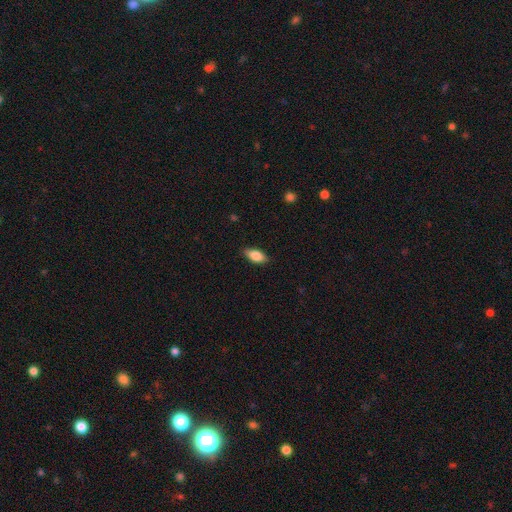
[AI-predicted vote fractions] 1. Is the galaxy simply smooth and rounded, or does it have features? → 83% smooth, 11% featured or disk, 7% star or artifact.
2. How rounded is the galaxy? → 87% in between, 11% cigar-shaped, 3% round.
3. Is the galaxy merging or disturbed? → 86% none, 11% minor disturbance, 2% major disturbance, 1% merger.